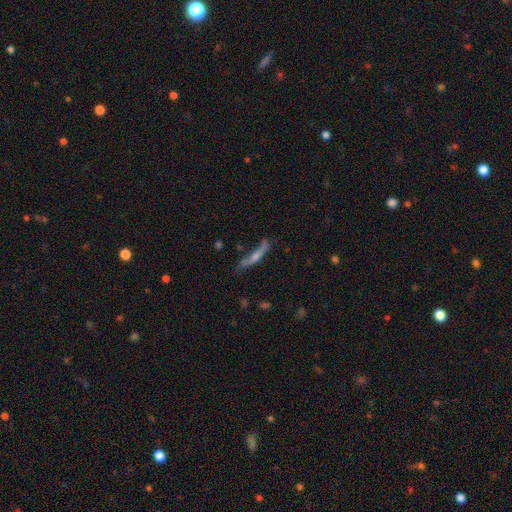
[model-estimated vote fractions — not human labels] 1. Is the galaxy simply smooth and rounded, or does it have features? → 51% featured or disk, 40% smooth, 9% star or artifact.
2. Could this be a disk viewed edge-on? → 78% yes, 22% no.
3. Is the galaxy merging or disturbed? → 54% none, 27% minor disturbance, 13% major disturbance, 6% merger.